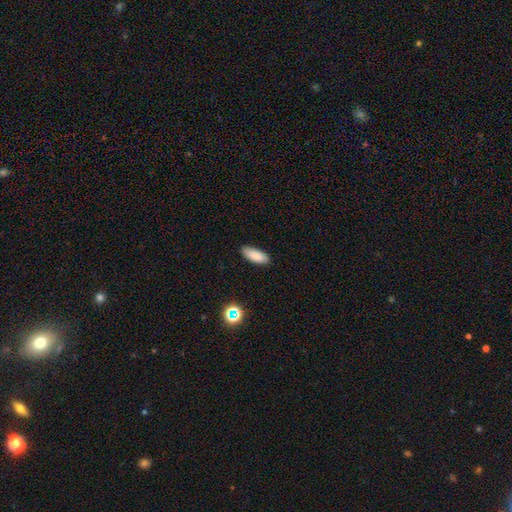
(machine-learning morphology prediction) type=smooth (87%); roundness=in between (80%); merging=none (88%).